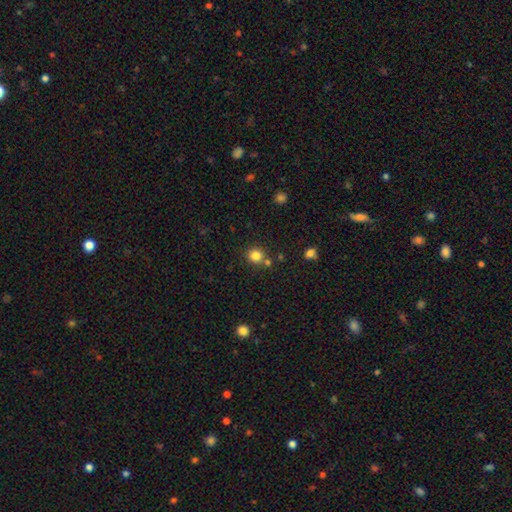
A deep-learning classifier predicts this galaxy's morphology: smooth_or_featured: smooth (p=0.81) [alt: star or artifact p=0.13]
how_rounded: round (p=0.89) [alt: in between p=0.10]
merging: none (p=0.75) [alt: merger p=0.14]